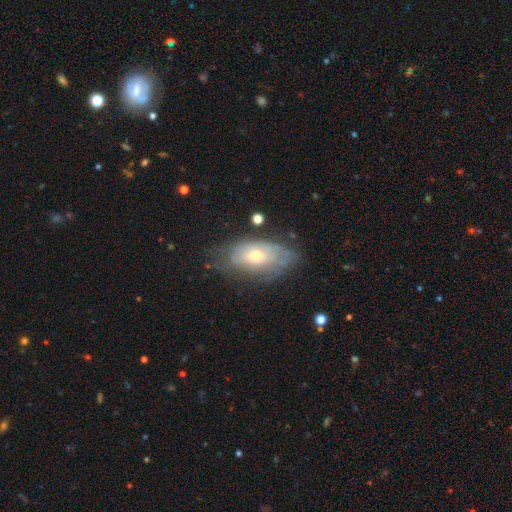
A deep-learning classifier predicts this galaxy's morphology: type=featured or disk (52%); edge-on=no (88%); merging=none (55%).